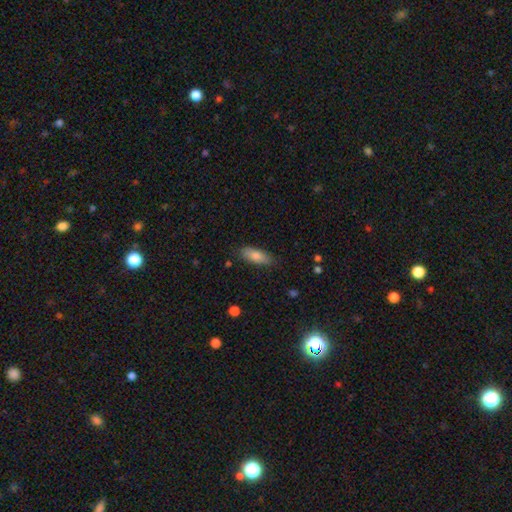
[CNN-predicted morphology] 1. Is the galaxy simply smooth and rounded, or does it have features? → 79% smooth, 13% featured or disk, 8% star or artifact.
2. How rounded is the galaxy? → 67% in between, 31% cigar-shaped, 2% round.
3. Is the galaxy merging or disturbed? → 84% none, 12% minor disturbance, 2% major disturbance, 1% merger.